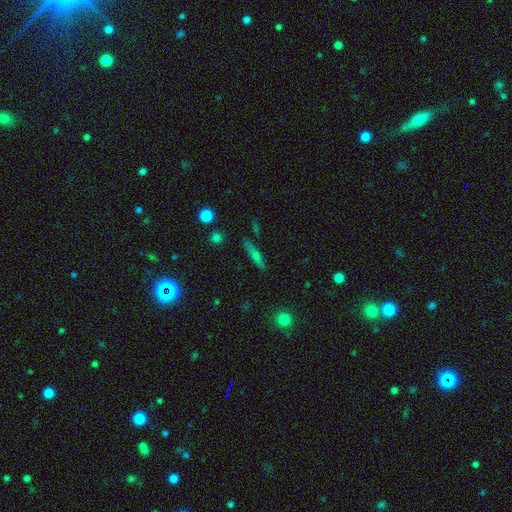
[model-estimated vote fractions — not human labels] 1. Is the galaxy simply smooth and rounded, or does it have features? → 47% smooth, 38% featured or disk, 15% star or artifact.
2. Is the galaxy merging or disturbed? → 83% none, 11% minor disturbance, 3% major disturbance, 3% merger.